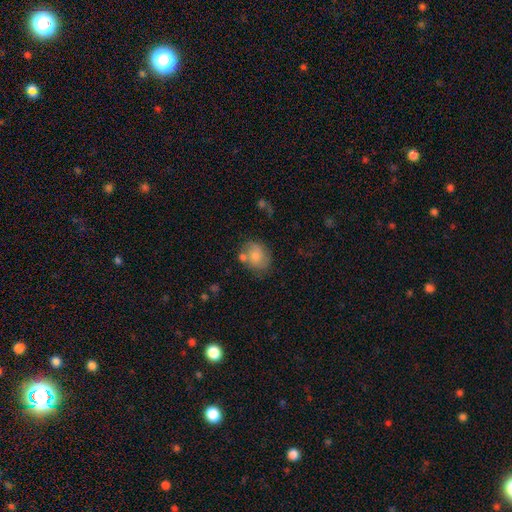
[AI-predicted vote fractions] This appears to be a smooth galaxy with no disk features (68%) that is round (52%). Merging: none (56%).